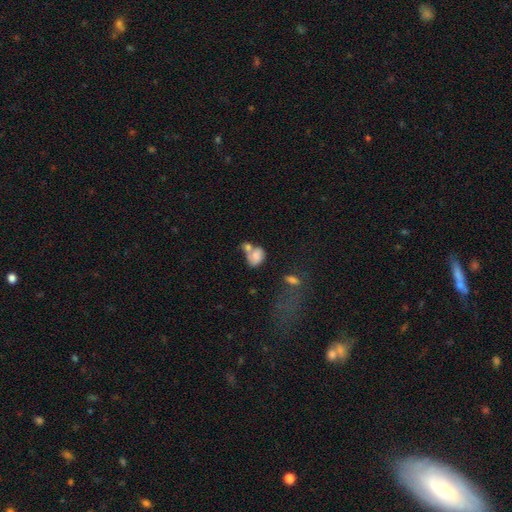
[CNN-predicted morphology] Q: Smooth or featured?
A: smooth (66%); runner-up: featured or disk (25%)
Q: How rounded?
A: in between (73%); runner-up: round (25%)
Q: Merging?
A: merger (57%); runner-up: none (20%)